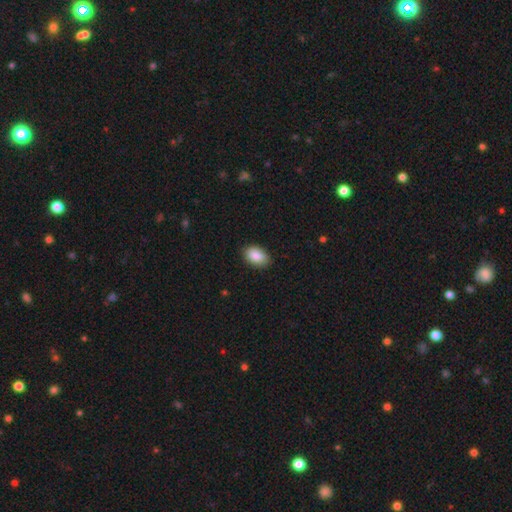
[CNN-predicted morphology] smooth_or_featured: smooth (p=0.88) [alt: star or artifact p=0.07]
how_rounded: in between (p=0.89) [alt: round p=0.09]
merging: none (p=0.86) [alt: minor disturbance p=0.11]